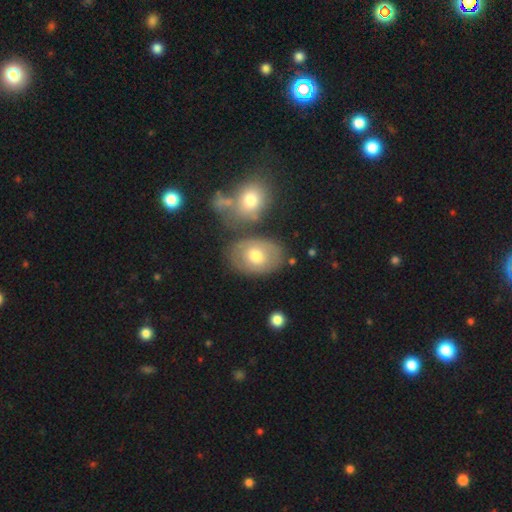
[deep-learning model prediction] Smooth or featured: smooth — 54% (featured or disk — 39%)
How rounded: in between — 75% (round — 24%)
Merging: none — 68% (minor disturbance — 15%)